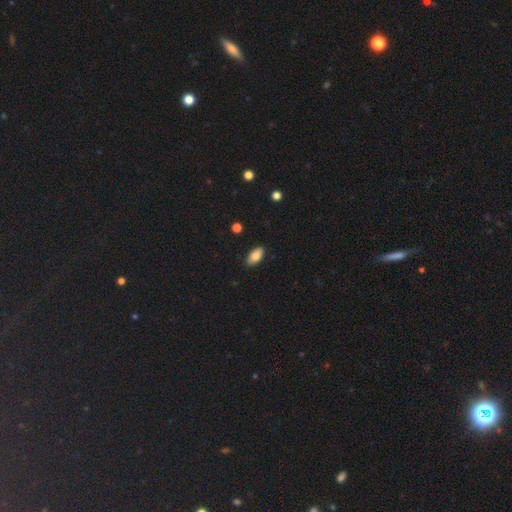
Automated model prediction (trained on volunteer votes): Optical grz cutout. It shows a smooth galaxy with no disk features (83%) that is in between round and cigar-shaped (91%). Merging: none (88%).